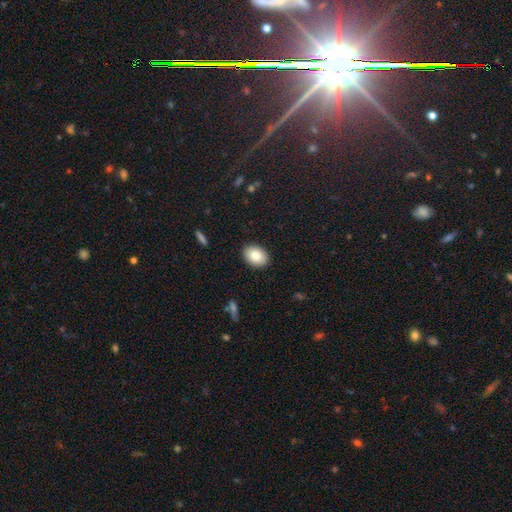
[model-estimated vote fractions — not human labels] Morphology: type=smooth (82%); roundness=in between (79%); merging=none (90%).